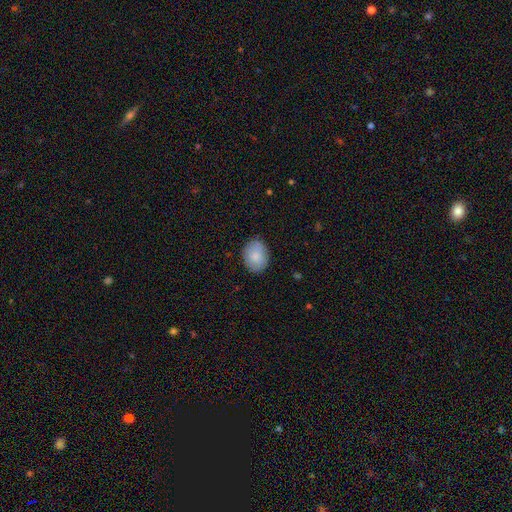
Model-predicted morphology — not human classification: The model was most divided on "how rounded": in between: 62%, round: 37%, cigar-shaped: 1%. More confident: merging — none (85%); smooth or featured — smooth (84%).